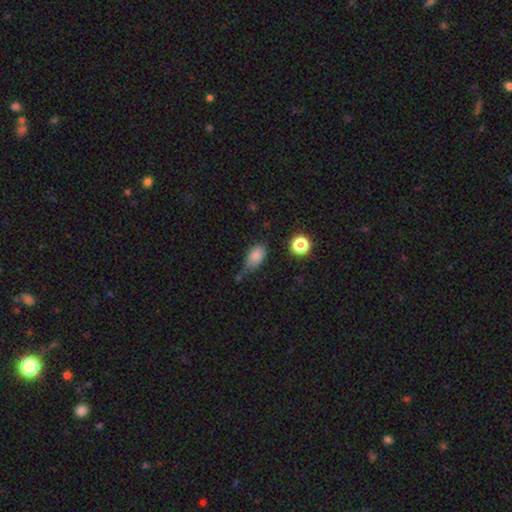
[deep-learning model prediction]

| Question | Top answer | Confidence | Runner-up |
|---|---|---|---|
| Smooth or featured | smooth | 81% | star or artifact (11%) |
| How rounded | in between | 86% | round (11%) |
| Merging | none | 45% | minor disturbance (37%) |